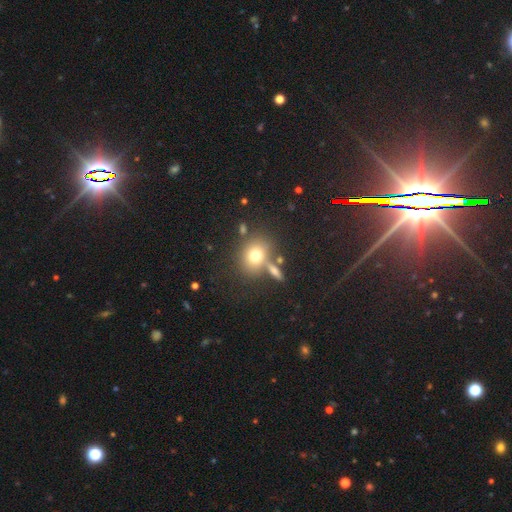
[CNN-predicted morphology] A smooth galaxy with no disk features (73%) that is round (62%).

Vote fractions:
- Smooth or featured? smooth: 73% / featured or disk: 14% / star or artifact: 13%
- How rounded? round: 62% / in between: 36% / cigar-shaped: 2%
- Merging? none: 66% / merger: 17% / minor disturbance: 12% / major disturbance: 5%